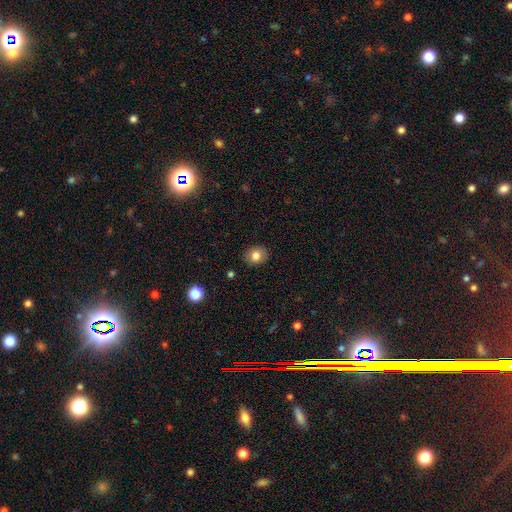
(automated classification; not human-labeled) Smooth or featured?
  - smooth: 80% *
  - star or artifact: 10%
  - featured or disk: 10%
How rounded?
  - round: 60% *
  - in between: 39%
  - cigar-shaped: 1%
Merging?
  - none: 87% *
  - minor disturbance: 9%
  - major disturbance: 2%
  - merger: 1%